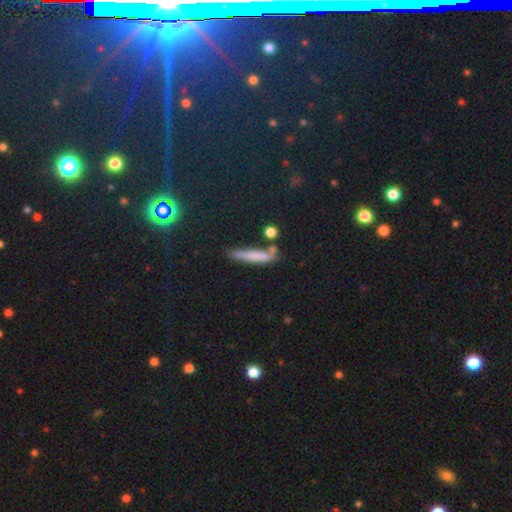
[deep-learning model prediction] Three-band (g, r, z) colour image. It shows a smooth galaxy with no disk features (65%) that is cigar-shaped (87%). Merging: none (63%).